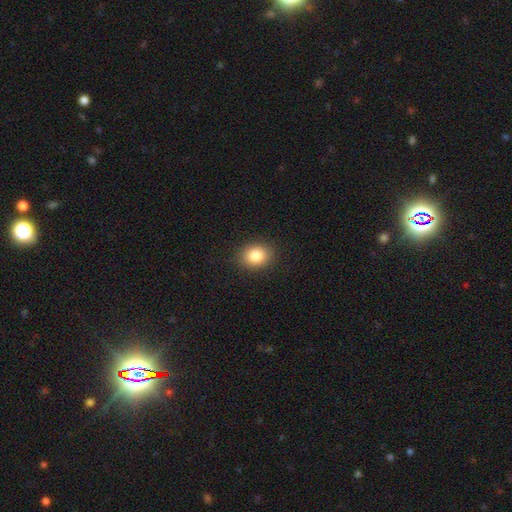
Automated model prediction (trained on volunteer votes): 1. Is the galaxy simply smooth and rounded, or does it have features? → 86% smooth, 9% star or artifact, 5% featured or disk.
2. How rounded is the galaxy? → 55% in between, 44% round, 1% cigar-shaped.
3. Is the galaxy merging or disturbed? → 89% none, 8% minor disturbance, 2% major disturbance, 1% merger.